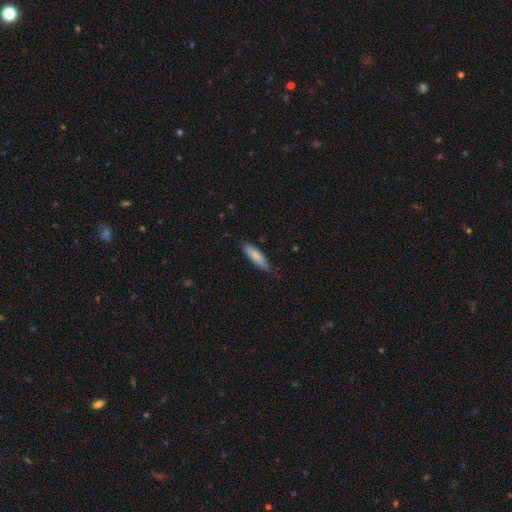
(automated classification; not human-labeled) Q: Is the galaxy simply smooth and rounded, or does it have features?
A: smooth — 81%.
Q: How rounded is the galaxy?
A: cigar-shaped — 61%.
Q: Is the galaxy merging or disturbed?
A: none — 79%.